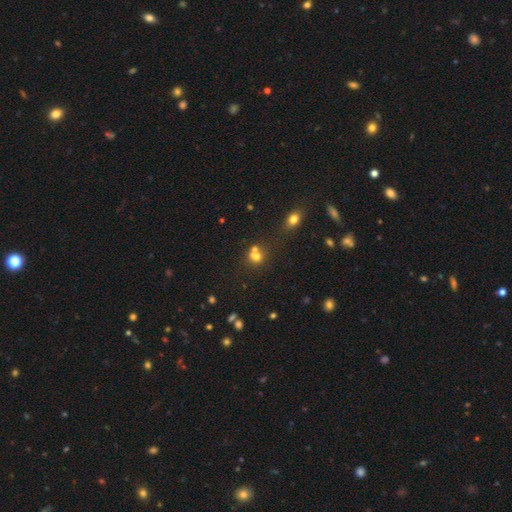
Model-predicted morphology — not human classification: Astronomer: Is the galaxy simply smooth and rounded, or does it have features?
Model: smooth — 66%.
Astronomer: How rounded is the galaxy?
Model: round — 78%.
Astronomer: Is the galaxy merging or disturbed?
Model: merger — 44% (runner-up: none, 43%).